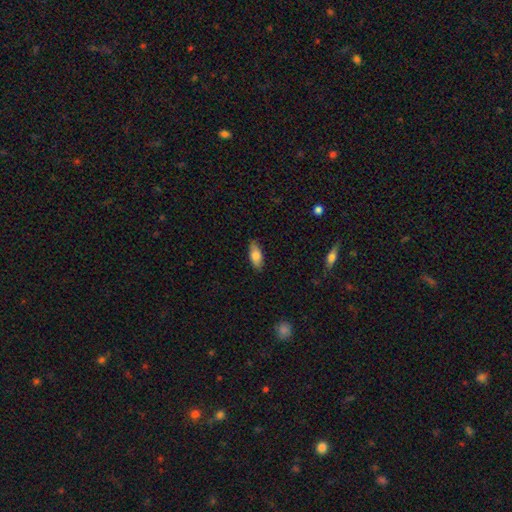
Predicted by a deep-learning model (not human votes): This is likely a smooth galaxy (80%). How rounded: clearly in between (83%). Merging: clearly none (85%).